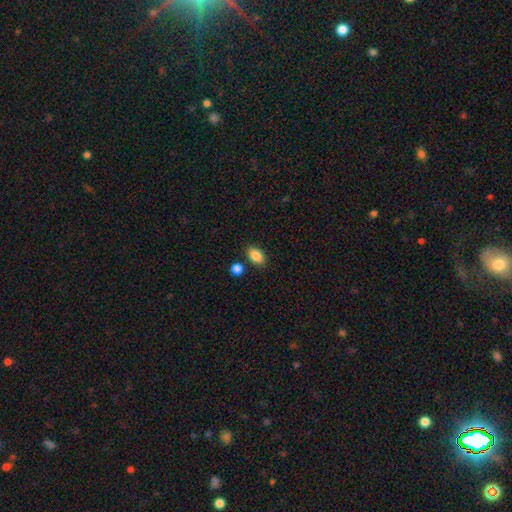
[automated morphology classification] Smooth or featured? Predicted: smooth (p=0.86). How rounded? Predicted: in between (p=0.87). Merging? Predicted: none (p=0.82).